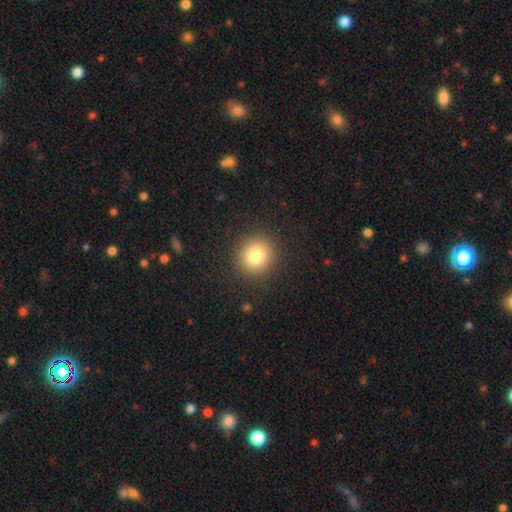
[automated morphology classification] Smooth or featured? Predicted: smooth (p=0.81). How rounded? Predicted: round (p=0.91). Merging? Predicted: none (p=0.91).